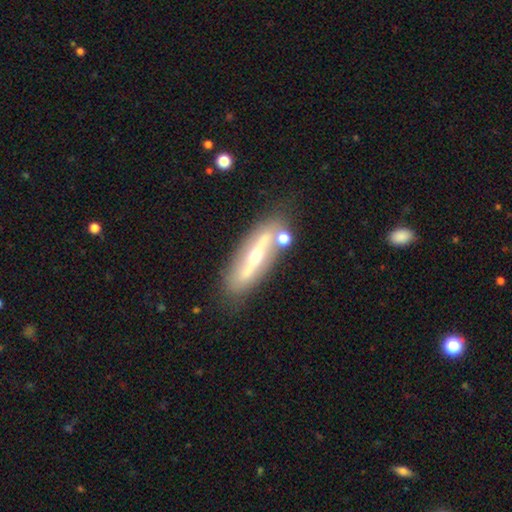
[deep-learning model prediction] smooth-or-featured: featured or disk: 74% | smooth: 19% | star or artifact: 6%
  disk-edge-on: yes: 52% | no: 48%
  merging: none: 78% | minor disturbance: 13% | merger: 6% | major disturbance: 4%